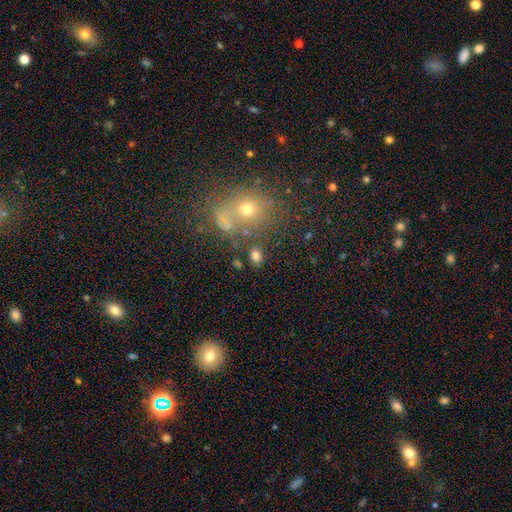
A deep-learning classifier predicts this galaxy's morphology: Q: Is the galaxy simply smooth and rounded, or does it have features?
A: smooth — 76%.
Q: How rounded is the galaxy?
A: in between — 77%.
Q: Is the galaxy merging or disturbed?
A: none — 75%.